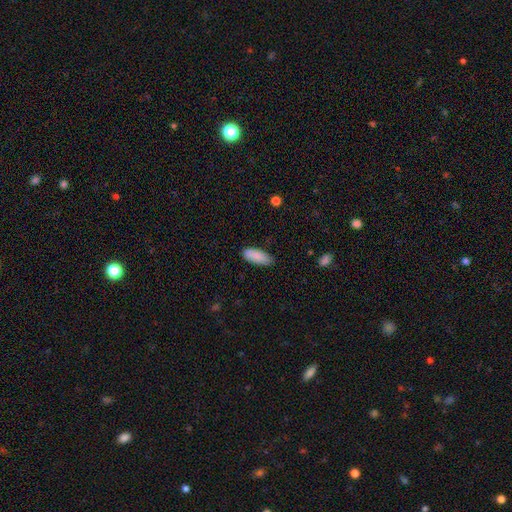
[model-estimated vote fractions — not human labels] Smooth or featured: smooth — 89% (star or artifact — 6%)
How rounded: in between — 78% (cigar-shaped — 21%)
Merging: none — 79% (minor disturbance — 17%)